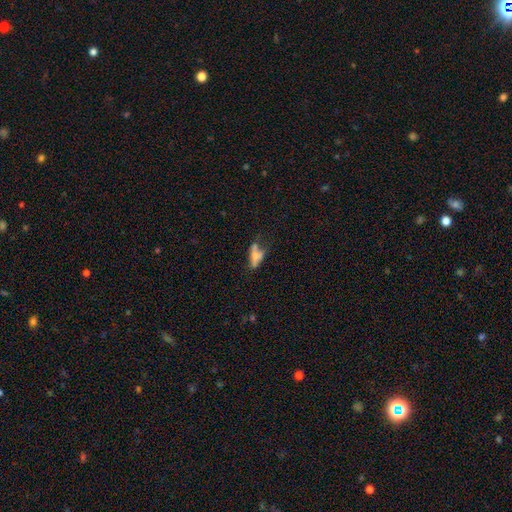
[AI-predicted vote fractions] smooth 53%, featured or disk 36%, star or artifact 12%. Down the decision tree: how rounded — in between (65%); merging — none (33%).